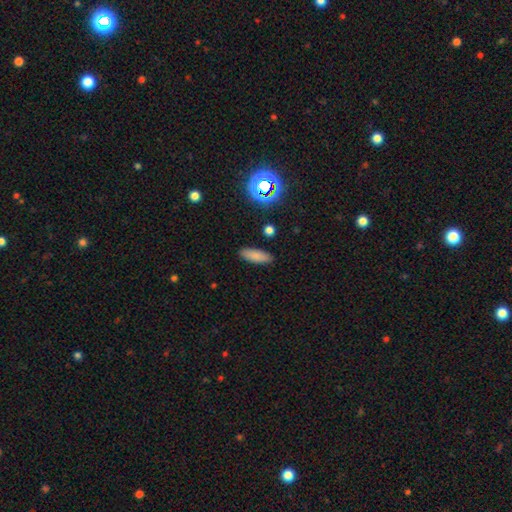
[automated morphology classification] type=smooth (82%); roundness=in between (62%); merging=none (89%).